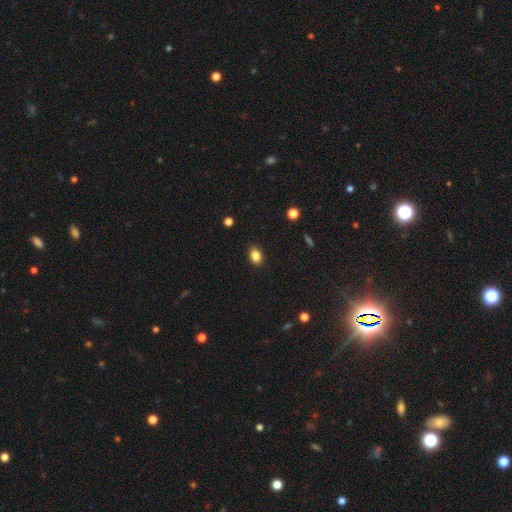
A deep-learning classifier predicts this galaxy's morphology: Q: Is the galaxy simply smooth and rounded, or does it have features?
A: smooth — 85%.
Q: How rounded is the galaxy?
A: in between — 74%.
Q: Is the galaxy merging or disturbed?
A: none — 89%.